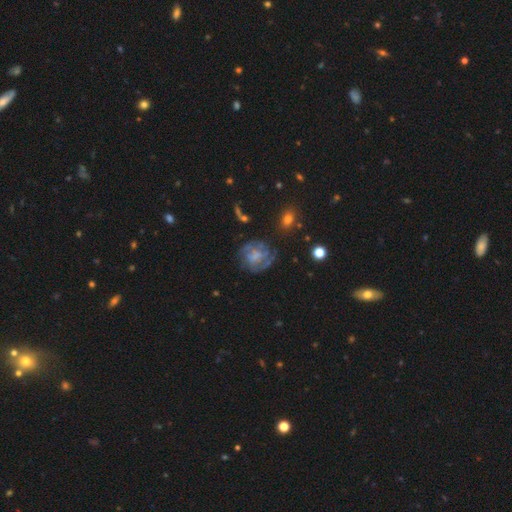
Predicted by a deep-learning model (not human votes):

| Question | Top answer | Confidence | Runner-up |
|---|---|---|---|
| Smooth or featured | featured or disk | 64% | smooth (26%) |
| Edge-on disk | no | 97% | yes (3%) |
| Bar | no | 62% | weak (31%) |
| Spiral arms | yes | 66% | no (34%) |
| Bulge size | none | 42% | small (24%) |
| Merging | none | 60% | minor disturbance (20%) |